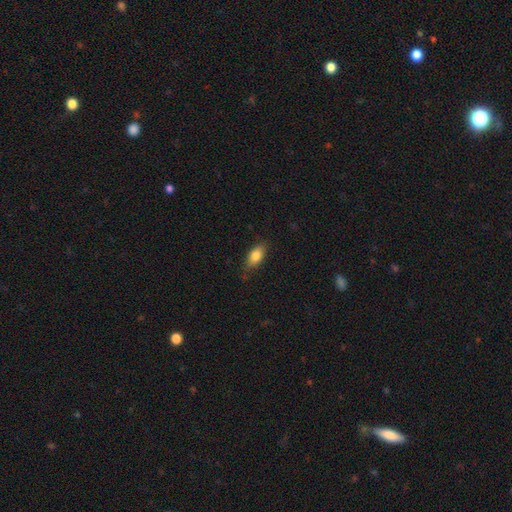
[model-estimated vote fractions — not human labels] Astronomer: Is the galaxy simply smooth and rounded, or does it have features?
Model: smooth — 81%.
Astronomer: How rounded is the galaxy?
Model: in between — 85%.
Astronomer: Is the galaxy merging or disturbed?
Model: none — 79%.